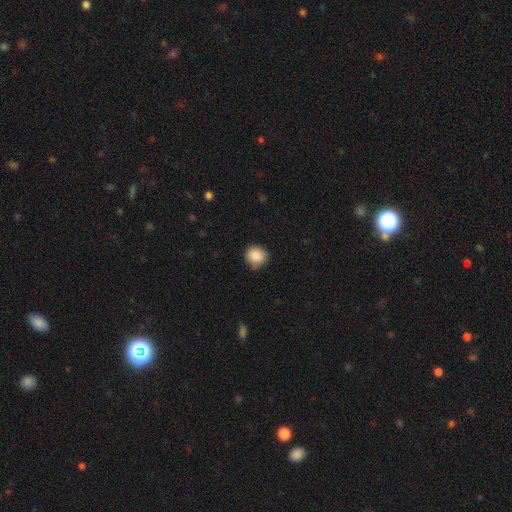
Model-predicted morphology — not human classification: smooth 88%, star or artifact 8%, featured or disk 4%. Down the decision tree: how rounded — round (89%); merging — none (80%).